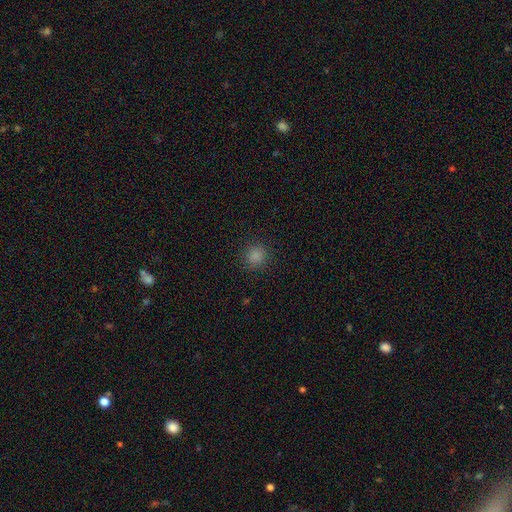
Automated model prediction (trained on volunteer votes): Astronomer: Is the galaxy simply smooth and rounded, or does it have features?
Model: smooth — 84%.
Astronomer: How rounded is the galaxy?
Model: round — 88%.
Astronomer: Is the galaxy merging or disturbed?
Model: none — 88%.